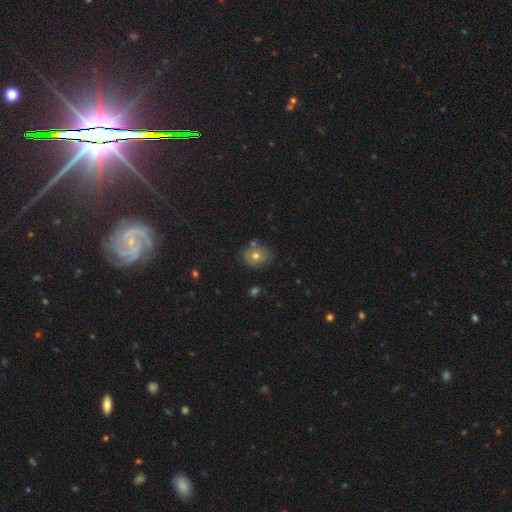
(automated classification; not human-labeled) Smooth or featured: smooth — 61% (featured or disk — 25%)
How rounded: round — 76% (in between — 23%)
Merging: none — 75% (minor disturbance — 16%)